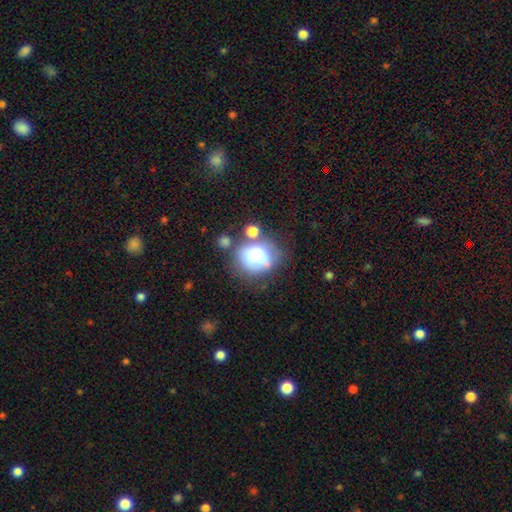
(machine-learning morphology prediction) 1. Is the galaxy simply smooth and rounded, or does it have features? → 69% smooth, 20% featured or disk, 11% star or artifact.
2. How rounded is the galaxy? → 64% round, 35% in between, 1% cigar-shaped.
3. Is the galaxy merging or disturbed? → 41% none, 24% merger, 21% minor disturbance, 14% major disturbance.